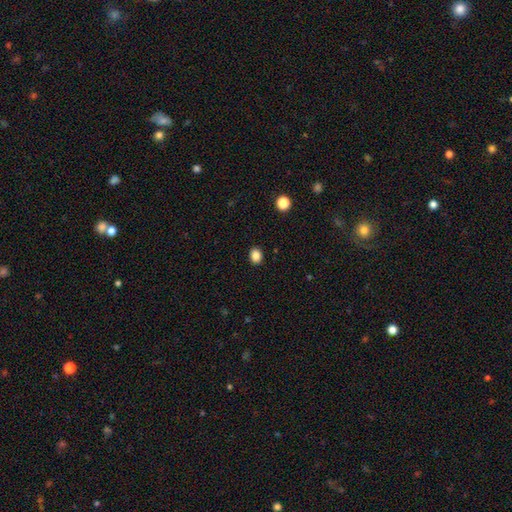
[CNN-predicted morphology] smooth-or-featured: smooth: 86% | star or artifact: 11% | featured or disk: 3%
  how-rounded: in between: 52% | round: 48% | cigar-shaped: 1%
  merging: none: 90% | minor disturbance: 7% | major disturbance: 2% | merger: 1%